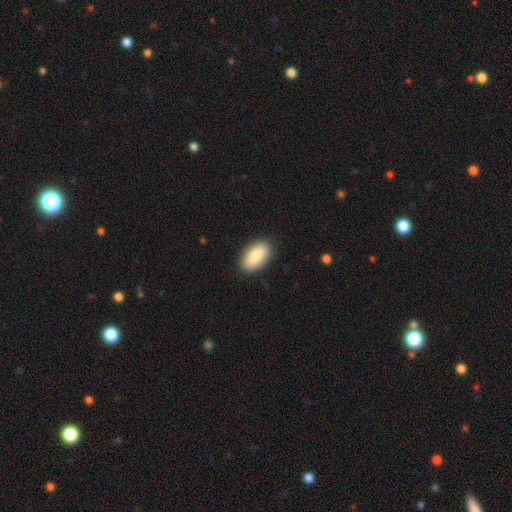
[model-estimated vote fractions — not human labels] Q: Smooth or featured?
A: smooth (80%); runner-up: featured or disk (13%)
Q: How rounded?
A: in between (93%); runner-up: round (5%)
Q: Merging?
A: none (88%); runner-up: minor disturbance (9%)